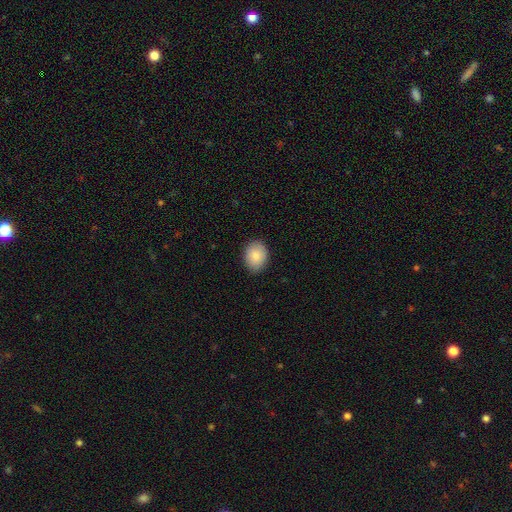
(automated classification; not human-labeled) Smooth or featured?
  - smooth: 87% *
  - star or artifact: 7%
  - featured or disk: 6%
How rounded?
  - in between: 63% *
  - round: 36%
  - cigar-shaped: 1%
Merging?
  - none: 88% *
  - minor disturbance: 9%
  - major disturbance: 2%
  - merger: 1%